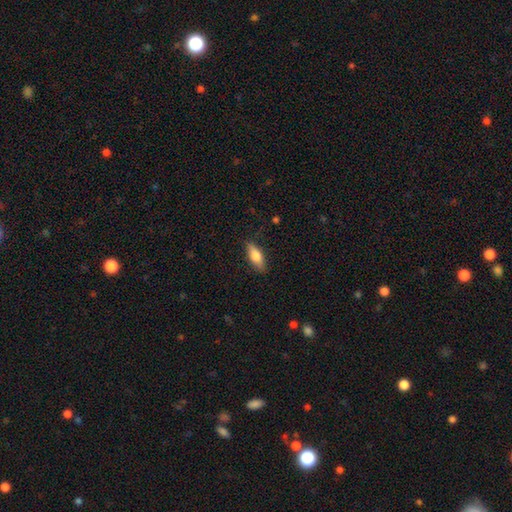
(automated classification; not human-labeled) Q: Smooth or featured?
A: smooth (75%); runner-up: featured or disk (19%)
Q: How rounded?
A: in between (73%); runner-up: cigar-shaped (24%)
Q: Merging?
A: none (83%); runner-up: minor disturbance (13%)